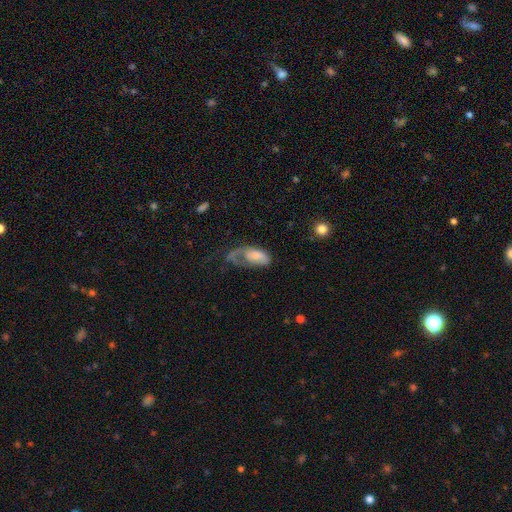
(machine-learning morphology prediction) Smooth or featured: smooth — 58% (featured or disk — 35%)
How rounded: in between — 91% (cigar-shaped — 6%)
Merging: major disturbance — 57% (minor disturbance — 20%)